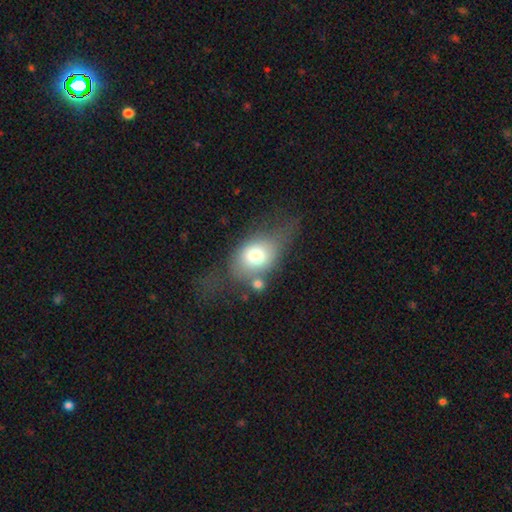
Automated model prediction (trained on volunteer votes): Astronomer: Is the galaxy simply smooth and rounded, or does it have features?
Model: smooth — 67%.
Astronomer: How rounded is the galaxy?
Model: in between — 65%.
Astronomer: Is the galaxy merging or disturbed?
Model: none — 37% (runner-up: major disturbance, 27%).